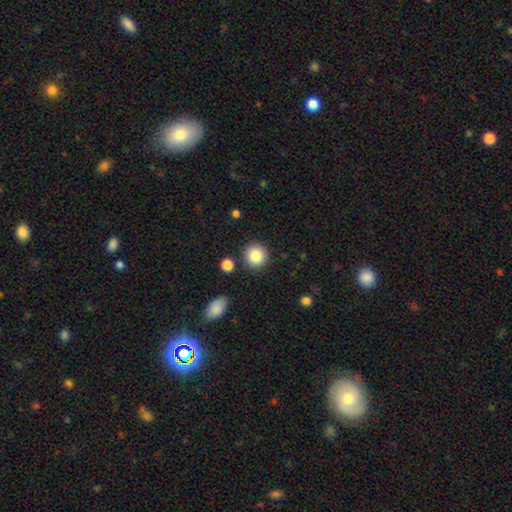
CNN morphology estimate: The model was most divided on "smooth or featured": smooth: 85%, star or artifact: 9%, featured or disk: 6%. More confident: how rounded — round (92%); merging — none (87%).